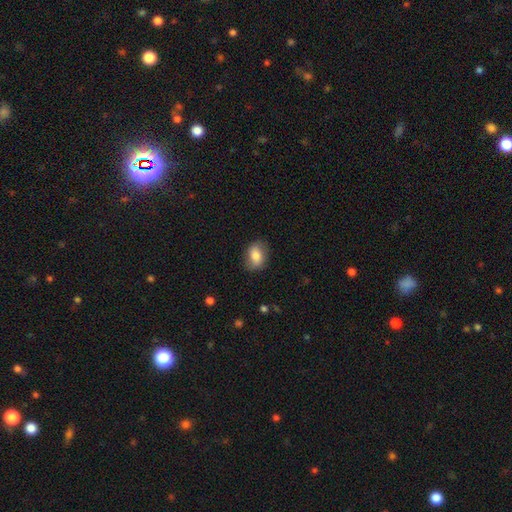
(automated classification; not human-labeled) Overall: smooth (77%). How rounded: in between (76%). Merging: none (78%).